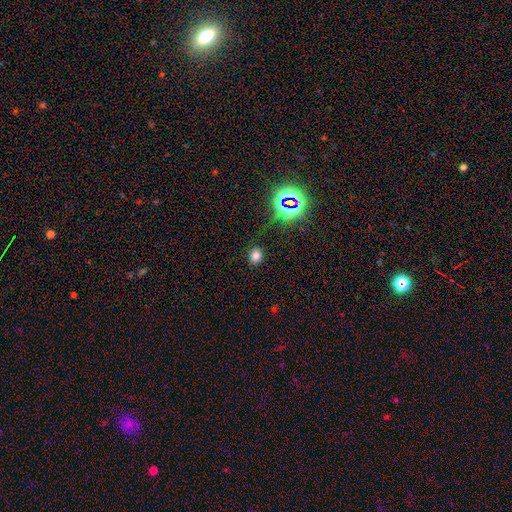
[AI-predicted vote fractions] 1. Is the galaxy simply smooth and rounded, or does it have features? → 73% smooth, 21% star or artifact, 6% featured or disk.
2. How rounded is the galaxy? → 71% round, 27% in between, 1% cigar-shaped.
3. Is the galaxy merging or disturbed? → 87% none, 9% minor disturbance, 3% major disturbance, 1% merger.